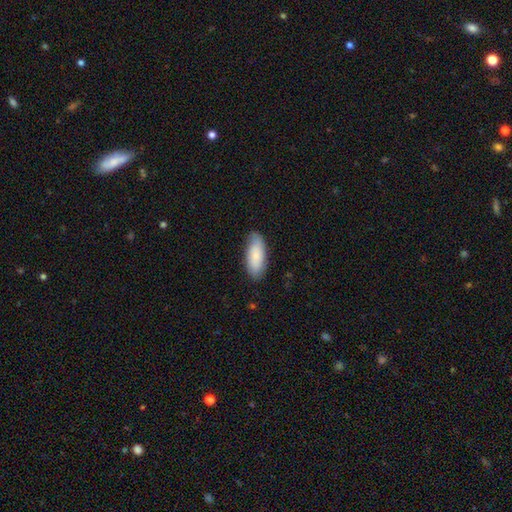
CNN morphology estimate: type=smooth (81%); roundness=in between (80%); merging=none (80%).